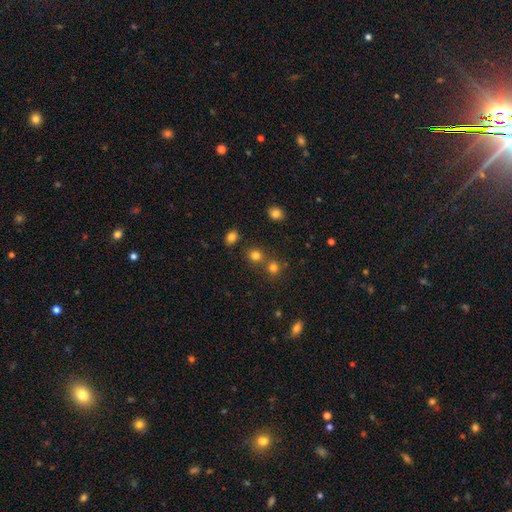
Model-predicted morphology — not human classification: type=smooth (76%); roundness=round (84%); merging=none (66%).